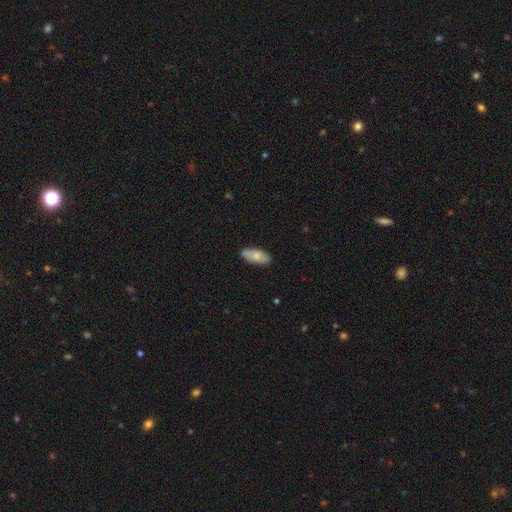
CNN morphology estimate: A smooth galaxy with no disk features (73%) that is in between round and cigar-shaped (87%).

Vote fractions:
- Smooth or featured? smooth: 73% / featured or disk: 21% / star or artifact: 6%
- How rounded? in between: 87% / cigar-shaped: 10% / round: 2%
- Merging? none: 83% / minor disturbance: 13% / major disturbance: 2% / merger: 1%